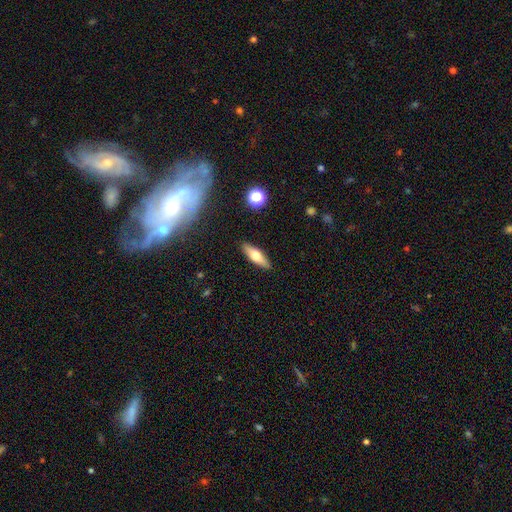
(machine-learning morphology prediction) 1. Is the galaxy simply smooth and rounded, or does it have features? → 56% smooth, 37% featured or disk, 7% star or artifact.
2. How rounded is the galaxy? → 50% cigar-shaped, 47% in between, 3% round.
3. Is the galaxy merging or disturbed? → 89% none, 8% minor disturbance, 2% major disturbance, 1% merger.